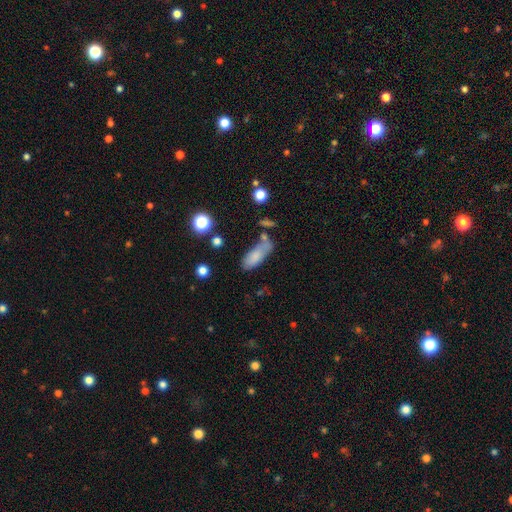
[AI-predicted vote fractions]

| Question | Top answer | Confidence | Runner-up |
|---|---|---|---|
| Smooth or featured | smooth | 76% | featured or disk (15%) |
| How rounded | in between | 78% | cigar-shaped (19%) |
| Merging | none | 47% | minor disturbance (23%) |